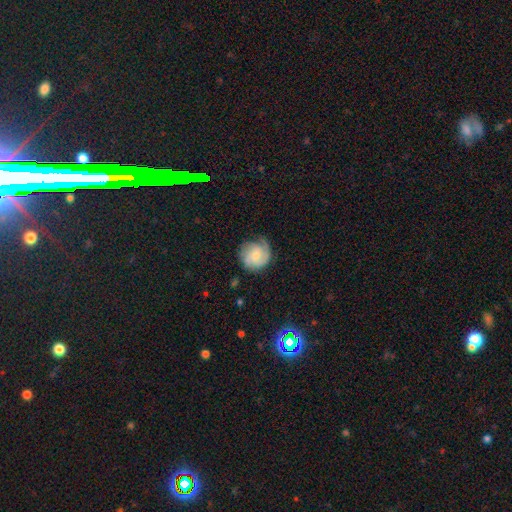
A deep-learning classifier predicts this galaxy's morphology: A featured or disk galaxy (58%) with no bar (65%), 3 (29%) tight (46%) spiral arms (92%) and a small central bulge (47%). Merging: none (68%).